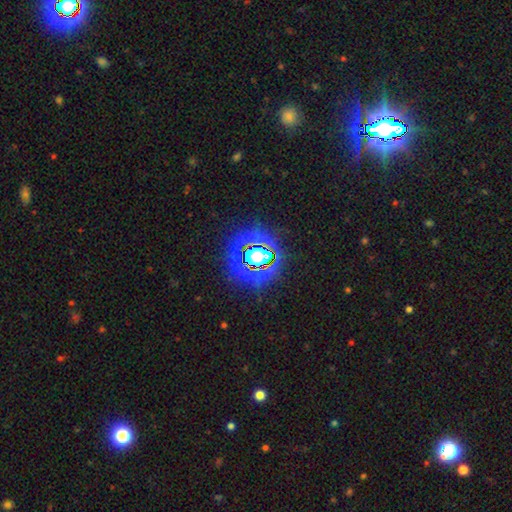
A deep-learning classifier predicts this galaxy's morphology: Overall: star or artifact (72%).